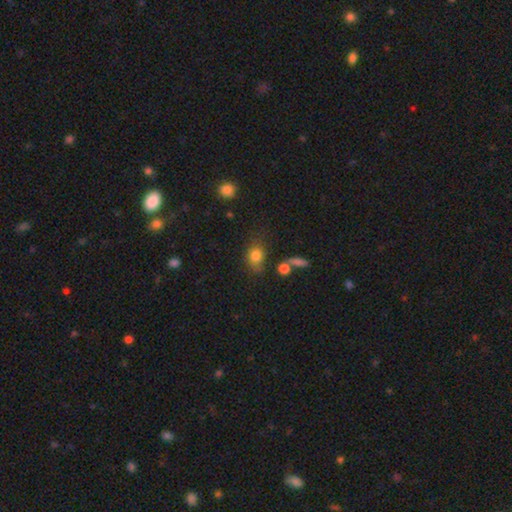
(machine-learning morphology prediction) Smooth or featured? Predicted: smooth (p=0.80). How rounded? Predicted: in between (p=0.57). Merging? Predicted: none (p=0.60).